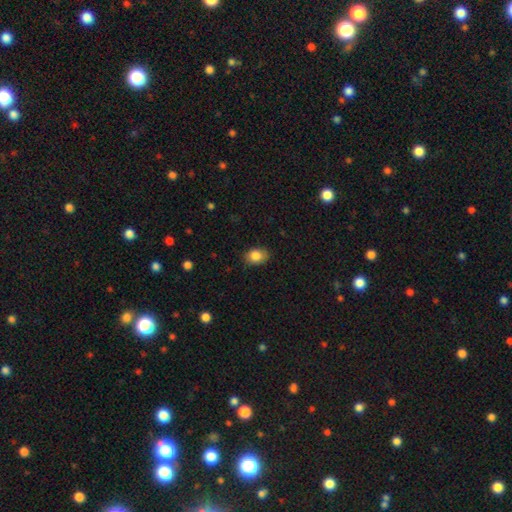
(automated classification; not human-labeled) Smooth or featured?
  - smooth: 84% *
  - star or artifact: 9%
  - featured or disk: 7%
How rounded?
  - in between: 69% *
  - round: 30%
  - cigar-shaped: 1%
Merging?
  - none: 81% *
  - minor disturbance: 15%
  - major disturbance: 3%
  - merger: 1%